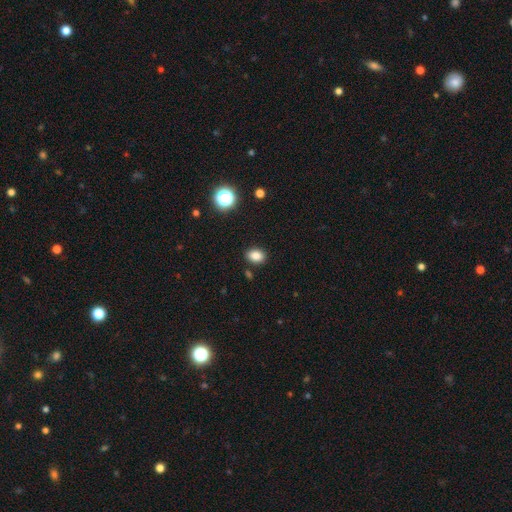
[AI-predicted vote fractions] Smooth or featured? Predicted: smooth (p=0.84). How rounded? Predicted: in between (p=0.67). Merging? Predicted: none (p=0.87).